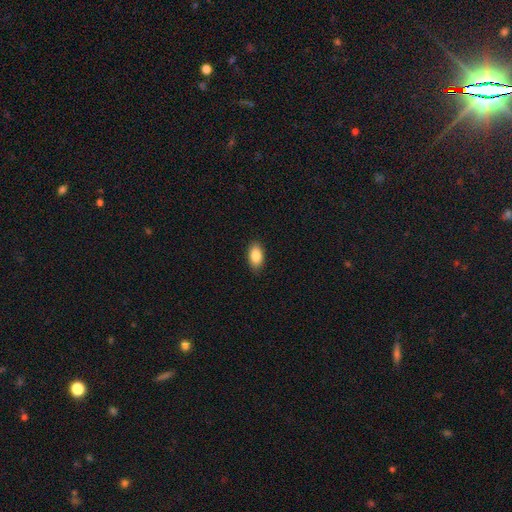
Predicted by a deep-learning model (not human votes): Smooth or featured: smooth — 87% (star or artifact — 7%)
How rounded: in between — 92% (round — 5%)
Merging: none — 88% (minor disturbance — 9%)